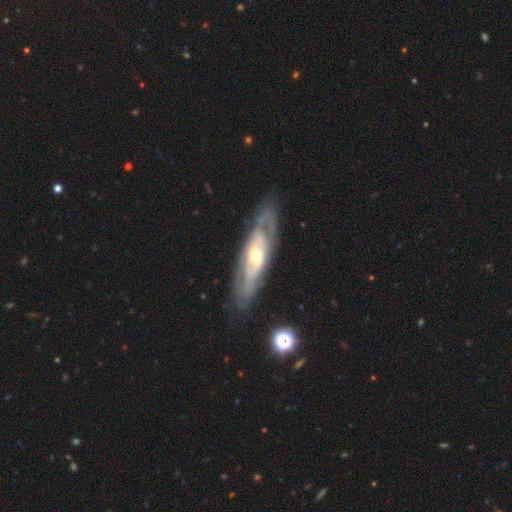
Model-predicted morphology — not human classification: Smooth or featured: featured or disk — 80% (smooth — 14%)
Edge-on disk: no — 76% (yes — 24%)
Bar: no — 63% (weak — 26%)
Spiral arms: yes — 73% (no — 27%)
Bulge size: moderate — 48% (small — 47%)
Merging: none — 80% (minor disturbance — 13%)